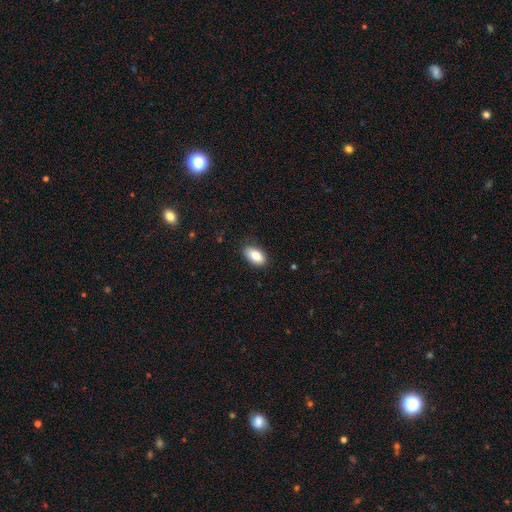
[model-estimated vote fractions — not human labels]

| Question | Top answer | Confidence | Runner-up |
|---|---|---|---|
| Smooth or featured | smooth | 86% | featured or disk (7%) |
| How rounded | in between | 93% | round (4%) |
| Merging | none | 86% | minor disturbance (11%) |